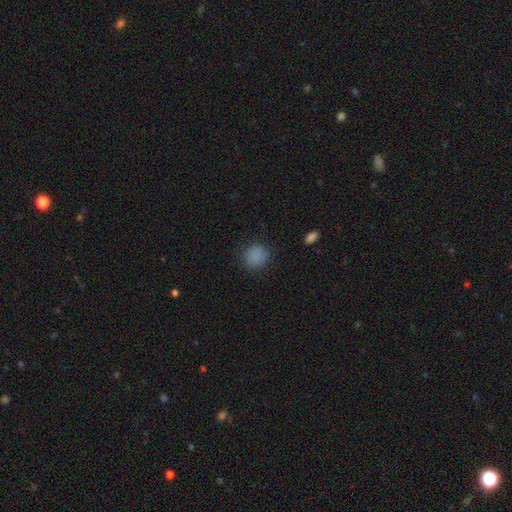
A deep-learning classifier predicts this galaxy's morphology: The model was most divided on "how rounded": round: 86%, in between: 13%, cigar-shaped: 1%. More confident: merging — none (86%); smooth or featured — smooth (85%).